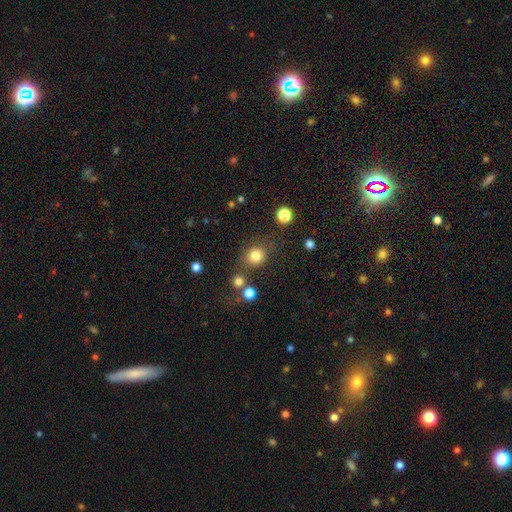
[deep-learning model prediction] A smooth galaxy with no disk features (80%) that is round (83%).

Vote fractions:
- Smooth or featured? smooth: 80% / star or artifact: 14% / featured or disk: 6%
- How rounded? round: 83% / in between: 16% / cigar-shaped: 1%
- Merging? none: 74% / minor disturbance: 11% / merger: 9% / major disturbance: 5%